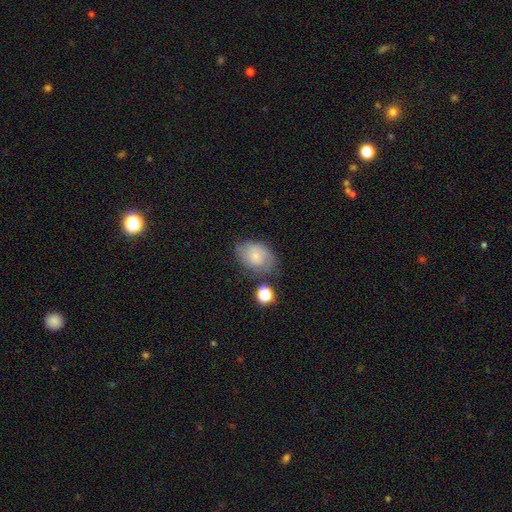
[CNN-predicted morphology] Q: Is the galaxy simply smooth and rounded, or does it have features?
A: smooth — 51%.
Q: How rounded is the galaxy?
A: in between — 66%.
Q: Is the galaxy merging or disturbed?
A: none — 57%.